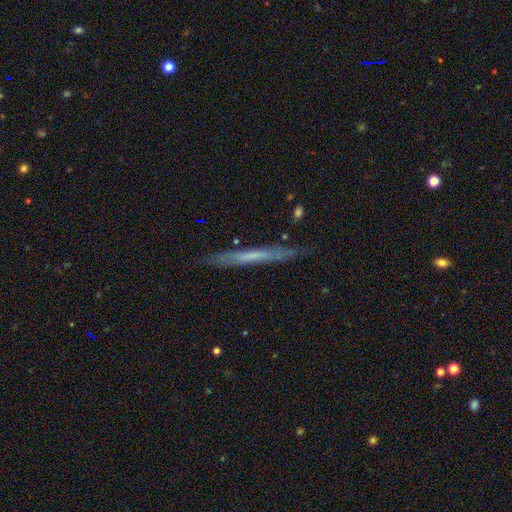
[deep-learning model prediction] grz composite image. It shows a featured or disk galaxy (51%) viewed edge-on (93%). Merging: none (86%).